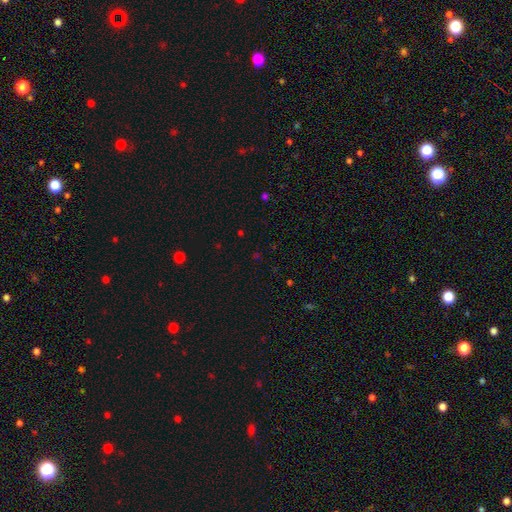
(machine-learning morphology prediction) This is likely a star or artifact rather than a galaxy (61%).